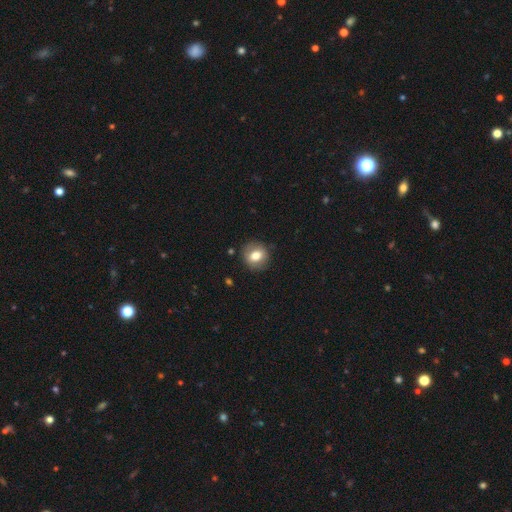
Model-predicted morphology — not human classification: type=smooth (75%); roundness=round (77%); merging=none (85%).